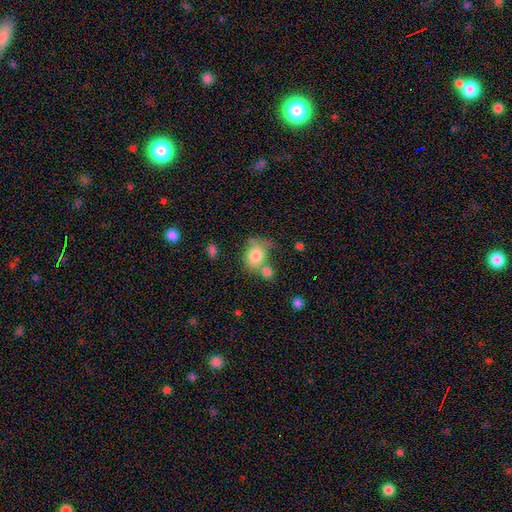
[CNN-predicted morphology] A smooth galaxy with no disk features (79%) that is in between round and cigar-shaped (57%).

Vote fractions:
- Smooth or featured? smooth: 79% / featured or disk: 12% / star or artifact: 9%
- How rounded? in between: 57% / round: 42% / cigar-shaped: 1%
- Merging? none: 41% / merger: 32% / minor disturbance: 19% / major disturbance: 9%